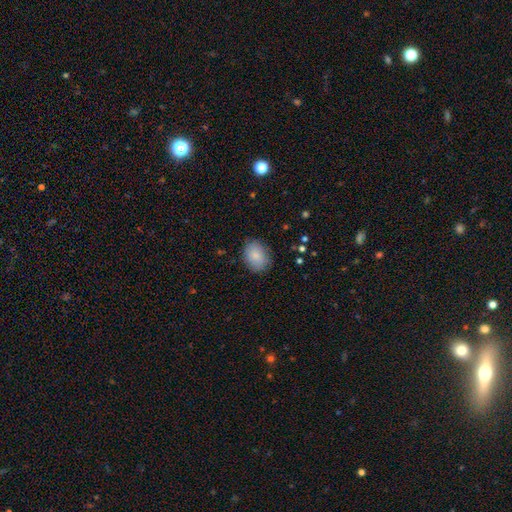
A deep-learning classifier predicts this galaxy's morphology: This appears to be a smooth galaxy with no disk features (86%) that is in between round and cigar-shaped (71%). Merging: none (83%).